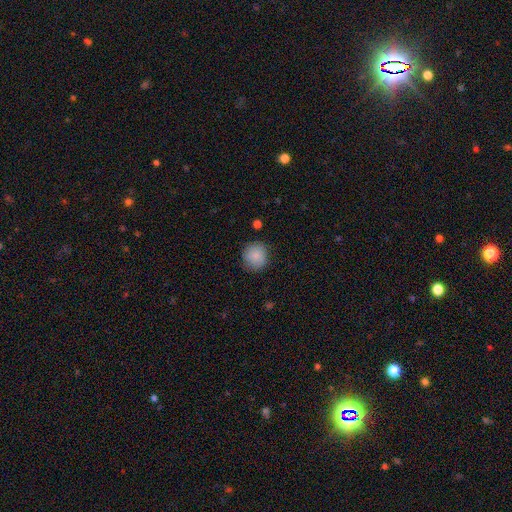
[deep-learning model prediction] Smooth or featured? smooth (87%)
How rounded? round (88%)
Merging? none (83%)